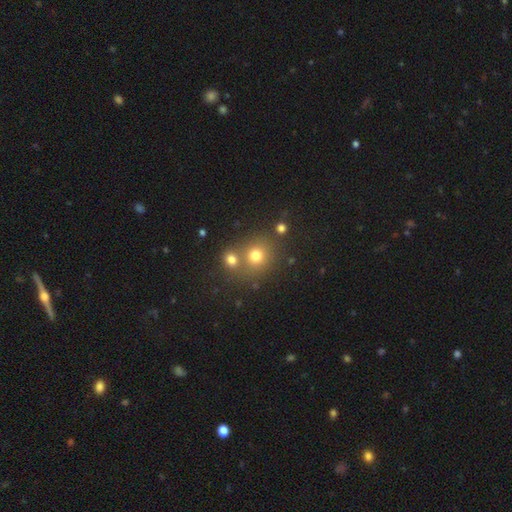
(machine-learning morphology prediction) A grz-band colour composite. It shows a smooth galaxy with no disk features (73%) that is round (83%). Merging: none (59%).